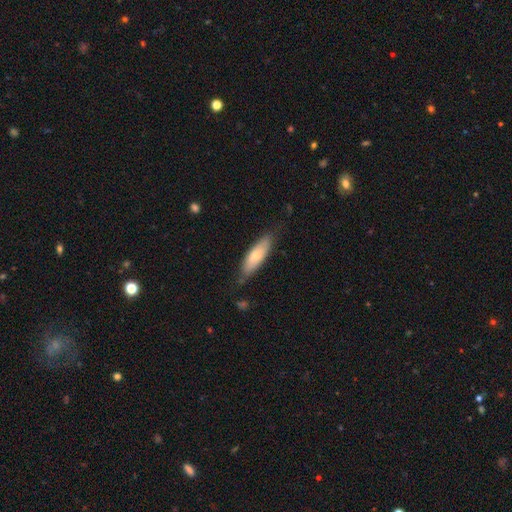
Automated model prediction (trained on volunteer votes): smooth_or_featured: smooth (p=0.72) [alt: featured or disk p=0.23]
how_rounded: in between (p=0.52) [alt: cigar-shaped p=0.47]
merging: none (p=0.76) [alt: minor disturbance p=0.19]